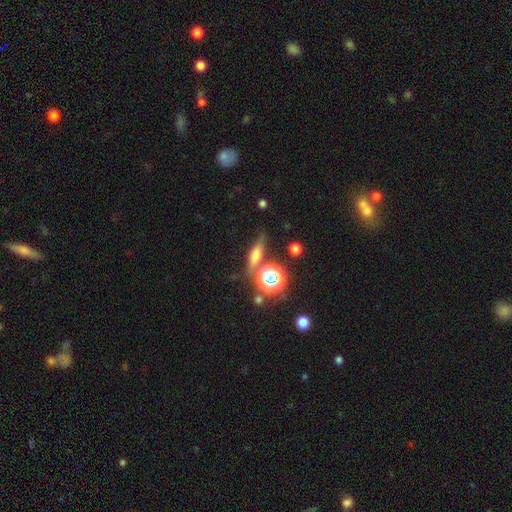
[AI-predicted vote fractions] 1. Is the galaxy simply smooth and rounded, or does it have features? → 42% smooth, 39% featured or disk, 20% star or artifact.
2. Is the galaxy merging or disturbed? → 72% none, 13% minor disturbance, 10% merger, 5% major disturbance.